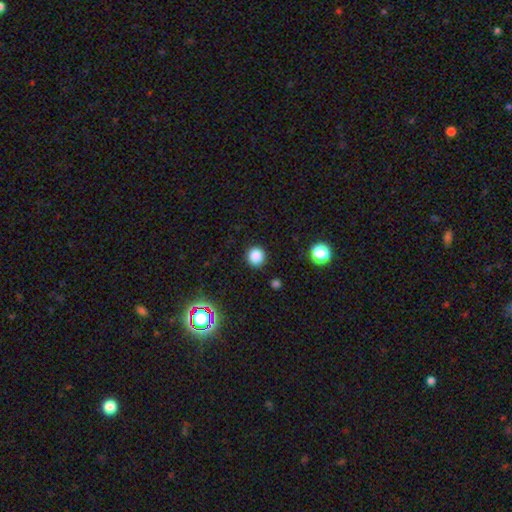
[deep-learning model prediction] Smooth or featured? smooth (83%)
How rounded? round (93%)
Merging? none (90%)